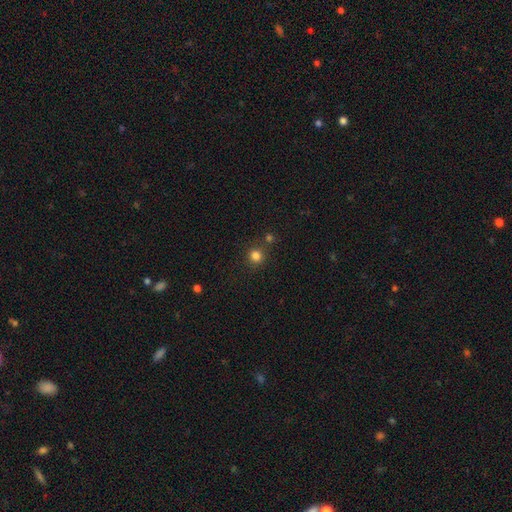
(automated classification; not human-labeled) Smooth or featured: smooth — 81% (star or artifact — 14%)
How rounded: round — 92% (in between — 7%)
Merging: none — 79% (merger — 9%)